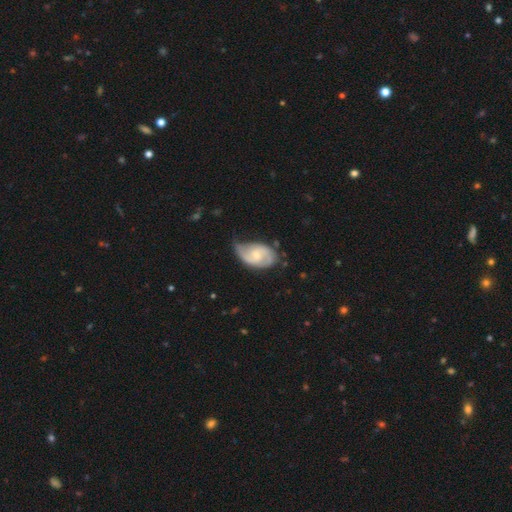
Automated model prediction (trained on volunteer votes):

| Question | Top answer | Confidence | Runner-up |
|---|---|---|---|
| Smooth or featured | featured or disk | 75% | smooth (20%) |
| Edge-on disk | no | 97% | yes (3%) |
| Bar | no | 49% | weak (45%) |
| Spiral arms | yes | 93% | no (7%) |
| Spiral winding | medium | 47% | tight (30%) |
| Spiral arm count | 2 | 80% | can't tell (10%) |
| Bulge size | small | 55% | moderate (37%) |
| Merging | none | 51% | minor disturbance (35%) |